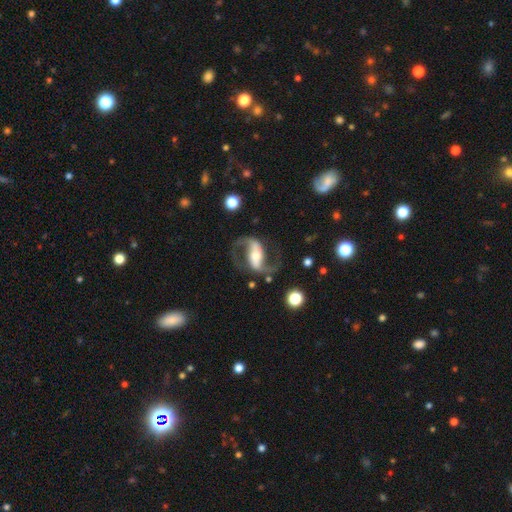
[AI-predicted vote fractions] Smooth or featured?
  - featured or disk: 89% *
  - smooth: 6%
  - star or artifact: 5%
Edge-on disk?
  - no: 96% *
  - yes: 4%
Bar?
  - strong: 60% *
  - weak: 25%
  - no: 14%
Spiral arms?
  - yes: 96% *
  - no: 4%
Spiral winding?
  - loose: 50% *
  - medium: 42%
  - tight: 8%
Spiral arm count?
  - 2: 94% *
  - 1: 2%
  - can't tell: 2%
  - 3: 1%
  - 4: 1%
  - more than 4: 1%
Bulge size?
  - moderate: 54% *
  - small: 29%
  - large: 12%
  - none: 2%
  - dominant: 2%
Merging?
  - none: 74% *
  - minor disturbance: 12%
  - major disturbance: 11%
  - merger: 2%